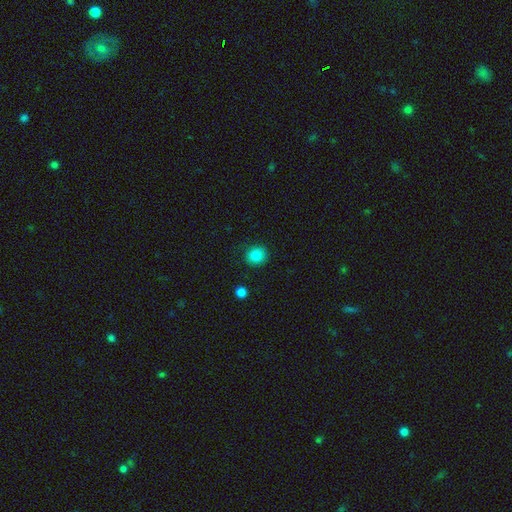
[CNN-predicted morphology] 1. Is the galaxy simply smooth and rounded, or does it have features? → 85% smooth, 10% star or artifact, 5% featured or disk.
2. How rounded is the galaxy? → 89% round, 10% in between, 1% cigar-shaped.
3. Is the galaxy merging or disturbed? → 90% none, 7% minor disturbance, 2% major disturbance, 1% merger.